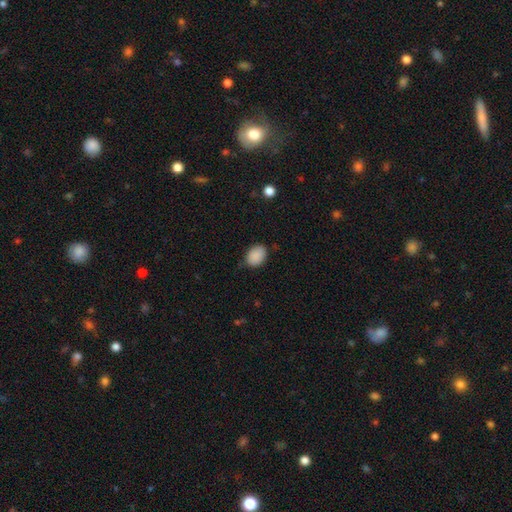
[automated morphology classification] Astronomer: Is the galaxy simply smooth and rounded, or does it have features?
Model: smooth — 89%.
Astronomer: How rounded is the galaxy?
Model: in between — 69%.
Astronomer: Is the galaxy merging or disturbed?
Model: none — 77%.